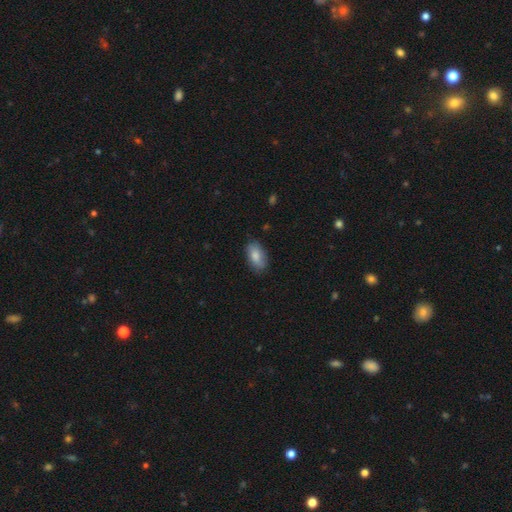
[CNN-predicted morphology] Smooth or featured? Predicted: smooth (p=0.84). How rounded? Predicted: in between (p=0.92). Merging? Predicted: none (p=0.79).